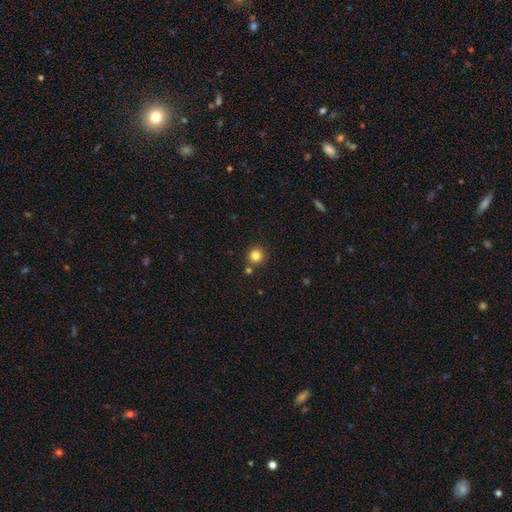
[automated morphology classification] type=smooth (82%); roundness=round (94%); merging=none (85%).